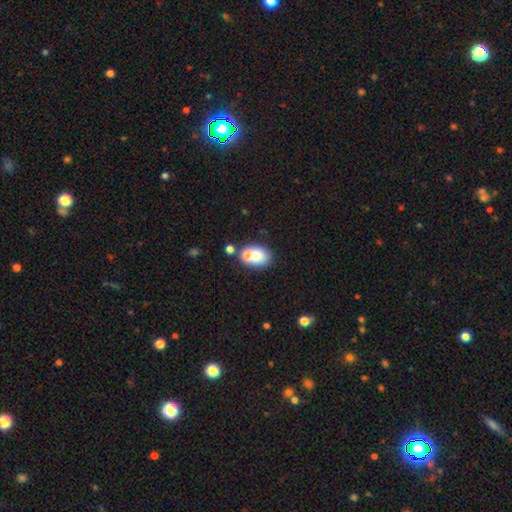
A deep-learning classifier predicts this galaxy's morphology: Smooth or featured?
  - smooth: 72% *
  - featured or disk: 19%
  - star or artifact: 10%
How rounded?
  - in between: 73% *
  - round: 26%
  - cigar-shaped: 1%
Merging?
  - none: 43% *
  - merger: 41%
  - minor disturbance: 12%
  - major disturbance: 5%